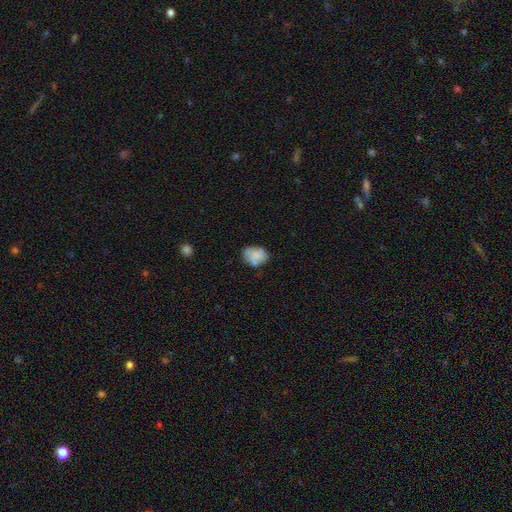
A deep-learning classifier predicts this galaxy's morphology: Overall: smooth (73%). How rounded: in between (69%). Merging: none (57%; minor disturbance 26%).